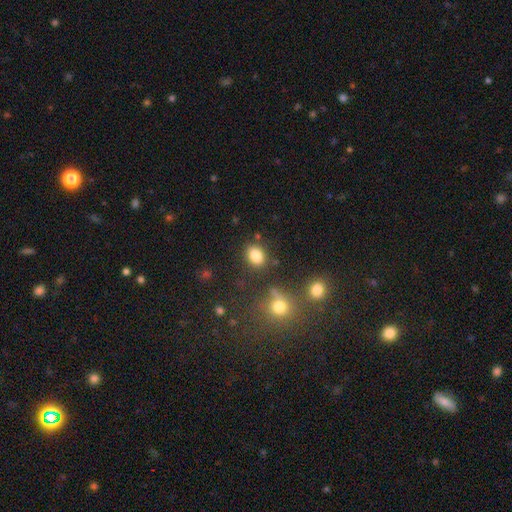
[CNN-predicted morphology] A smooth galaxy with no disk features (84%) that is in between round and cigar-shaped (65%).

Vote fractions:
- Smooth or featured? smooth: 84% / star or artifact: 11% / featured or disk: 6%
- How rounded? in between: 65% / round: 34% / cigar-shaped: 1%
- Merging? none: 80% / minor disturbance: 11% / merger: 5% / major disturbance: 4%